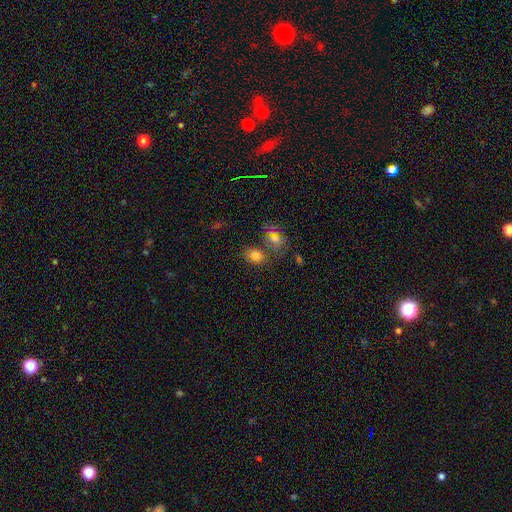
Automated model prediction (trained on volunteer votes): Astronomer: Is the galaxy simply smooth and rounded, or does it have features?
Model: smooth — 75%.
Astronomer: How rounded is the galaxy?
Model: in between — 53% (runner-up: round, 46%).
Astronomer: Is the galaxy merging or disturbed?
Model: none — 64%.